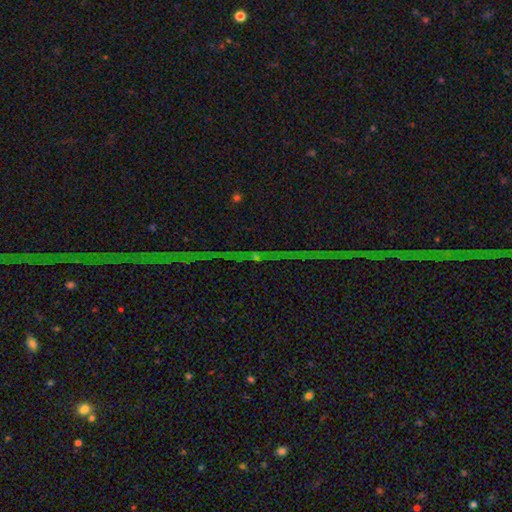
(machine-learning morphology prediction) type=star or artifact (81%).